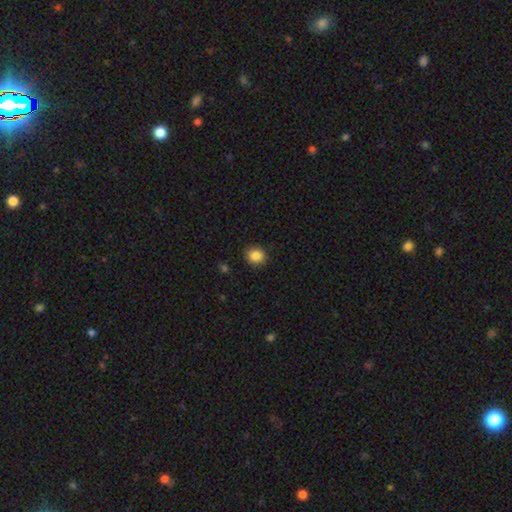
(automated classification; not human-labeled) This appears to be a smooth galaxy with no disk features (86%) that is round (79%). Merging: none (89%).